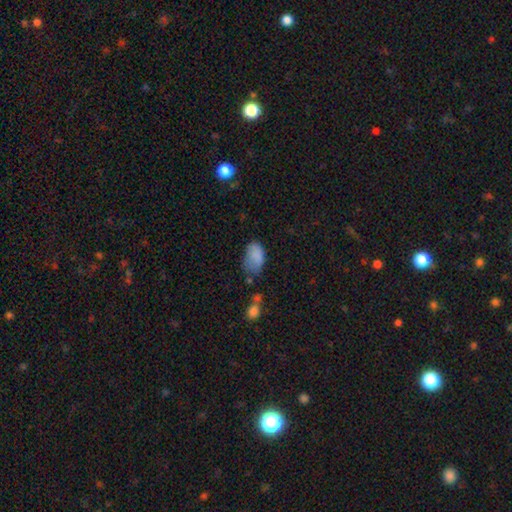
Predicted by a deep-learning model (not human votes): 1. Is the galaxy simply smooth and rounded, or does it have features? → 82% smooth, 9% star or artifact, 9% featured or disk.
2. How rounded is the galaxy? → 91% in between, 8% round, 1% cigar-shaped.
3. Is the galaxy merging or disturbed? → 43% none, 35% minor disturbance, 16% major disturbance, 6% merger.